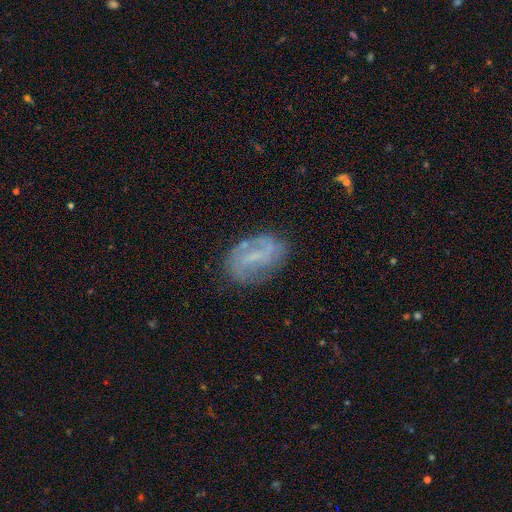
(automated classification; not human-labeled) Q: Smooth or featured?
A: featured or disk (70%); runner-up: smooth (22%)
Q: Edge-on disk?
A: no (96%); runner-up: yes (4%)
Q: Bar?
A: weak (46%); runner-up: strong (33%)
Q: Spiral arms?
A: yes (77%); runner-up: no (23%)
Q: Spiral winding?
A: medium (39%); runner-up: loose (35%)
Q: Spiral arm count?
A: 2 (71%); runner-up: can't tell (18%)
Q: Bulge size?
A: small (49%); runner-up: none (36%)
Q: Merging?
A: none (71%); runner-up: minor disturbance (19%)